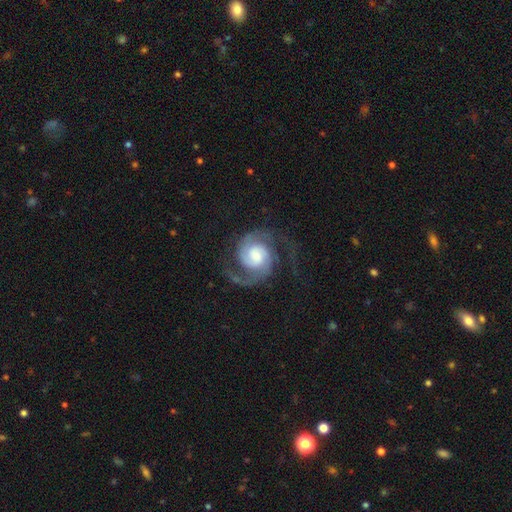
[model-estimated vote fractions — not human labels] smooth_or_featured: featured or disk (p=0.89) [alt: smooth p=0.06]
disk_edge_on: no (p=0.98) [alt: yes p=0.02]
bar: no (p=0.52) [alt: weak p=0.39]
has_spiral_arms: yes (p=0.98) [alt: no p=0.02]
spiral_winding: medium (p=0.48) [alt: tight p=0.36]
spiral_arm_count: 2 (p=0.86) [alt: 3 p=0.05]
bulge_size: moderate (p=0.44) [alt: small p=0.26]
merging: none (p=0.68) [alt: major disturbance p=0.16]